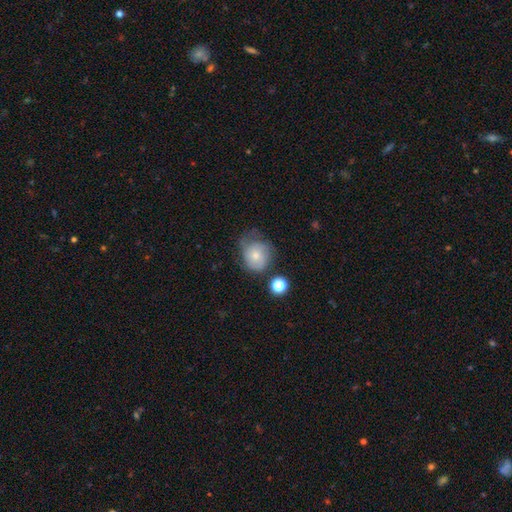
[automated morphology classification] This appears to be a smooth galaxy with no disk features (60%) that is round (73%). Merging: none (41%).